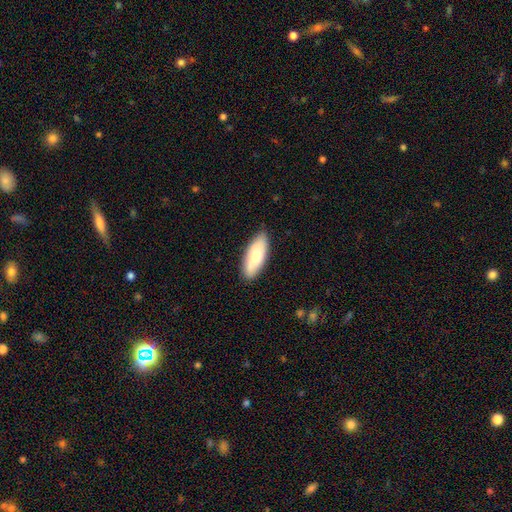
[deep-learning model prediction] smooth 76%, featured or disk 18%, star or artifact 6%. Down the decision tree: how rounded — in between (69%); merging — none (85%).